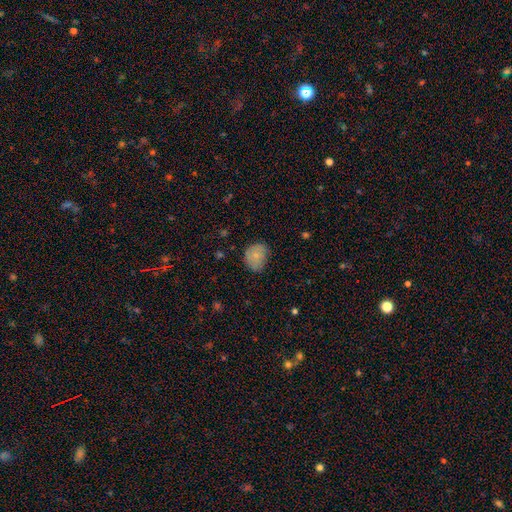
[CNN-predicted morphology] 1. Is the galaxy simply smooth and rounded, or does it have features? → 78% smooth, 13% featured or disk, 8% star or artifact.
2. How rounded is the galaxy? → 57% round, 42% in between, 1% cigar-shaped.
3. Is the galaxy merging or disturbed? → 67% none, 26% minor disturbance, 6% major disturbance, 1% merger.